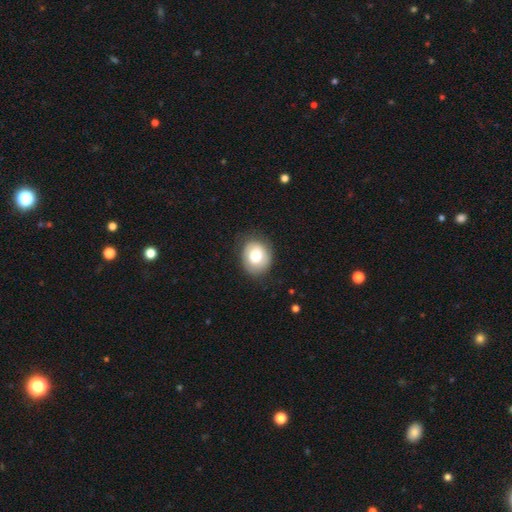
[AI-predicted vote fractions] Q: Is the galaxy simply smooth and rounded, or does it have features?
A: smooth — 74%.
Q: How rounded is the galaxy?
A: round — 56%.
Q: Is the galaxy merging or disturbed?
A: none — 78%.